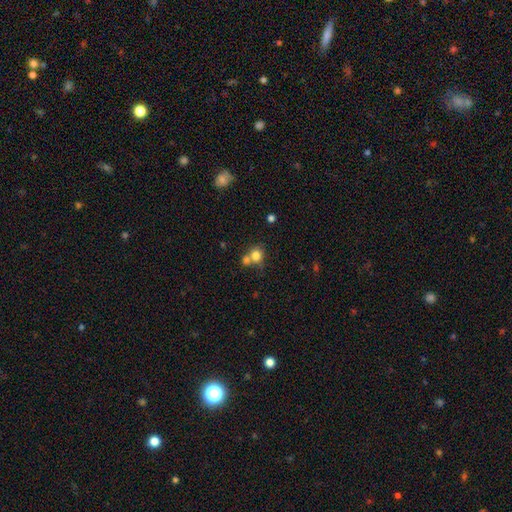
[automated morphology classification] type=smooth (77%); roundness=round (77%); merging=merger (44%).